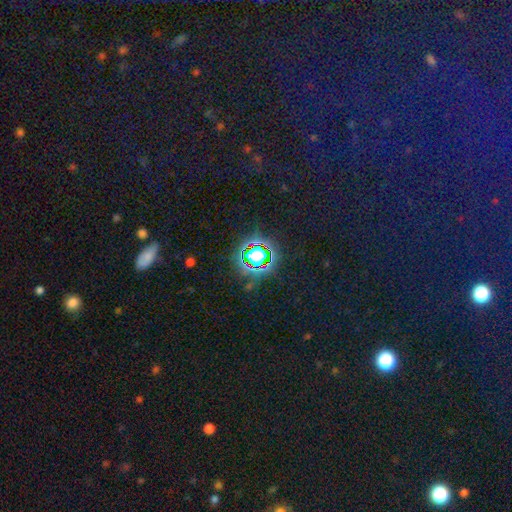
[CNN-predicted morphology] star or artifact 68%, smooth 21%, featured or disk 11%.